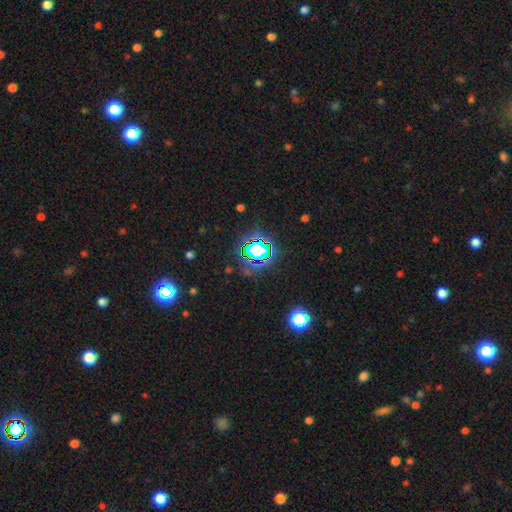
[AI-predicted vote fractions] smooth_or_featured: star or artifact (p=0.68) [alt: smooth p=0.20]